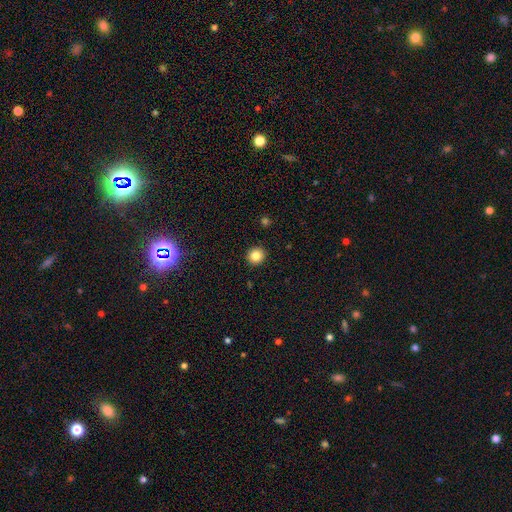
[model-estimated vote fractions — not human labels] Smooth or featured? smooth (83%)
How rounded? round (91%)
Merging? none (92%)